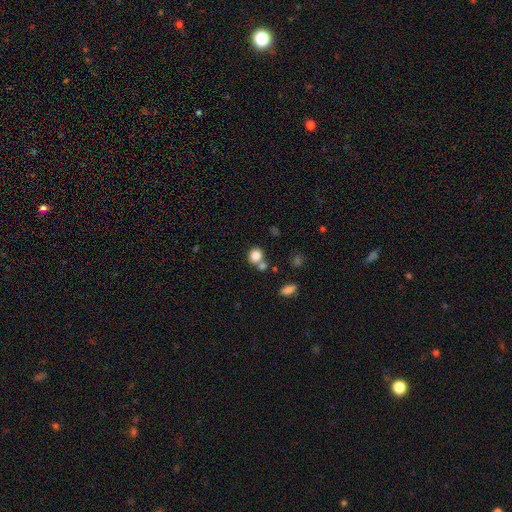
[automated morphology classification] smooth-or-featured: smooth: 83% | star or artifact: 11% | featured or disk: 7%
  how-rounded: round: 81% | in between: 18% | cigar-shaped: 1%
  merging: none: 56% | merger: 30% | minor disturbance: 10% | major disturbance: 4%